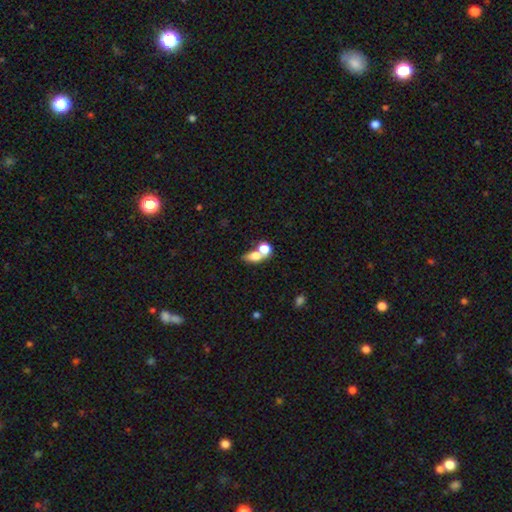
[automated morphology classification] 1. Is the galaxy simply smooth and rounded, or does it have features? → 71% smooth, 18% featured or disk, 12% star or artifact.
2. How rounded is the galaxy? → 62% in between, 31% round, 6% cigar-shaped.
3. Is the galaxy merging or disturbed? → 56% merger, 29% none, 8% minor disturbance, 6% major disturbance.